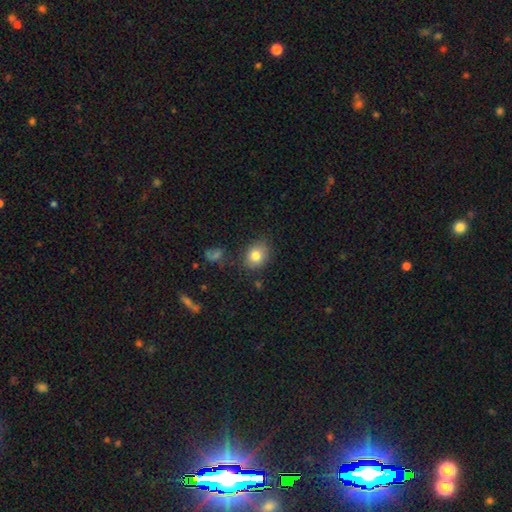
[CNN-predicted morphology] type=smooth (80%); roundness=round (50%); merging=none (79%).